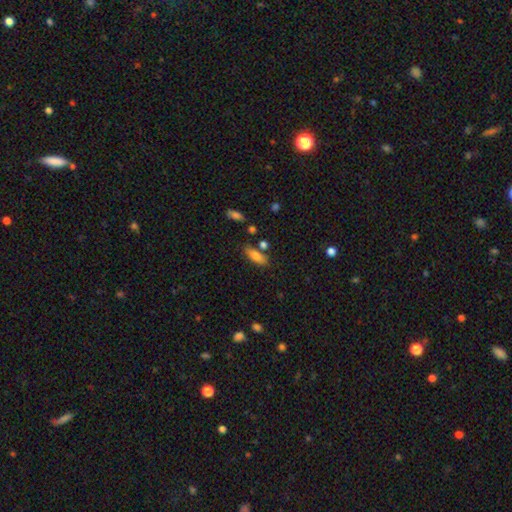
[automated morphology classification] This appears to be a smooth galaxy with no disk features (78%) that is in between round and cigar-shaped (65%). Merging: none (70%).